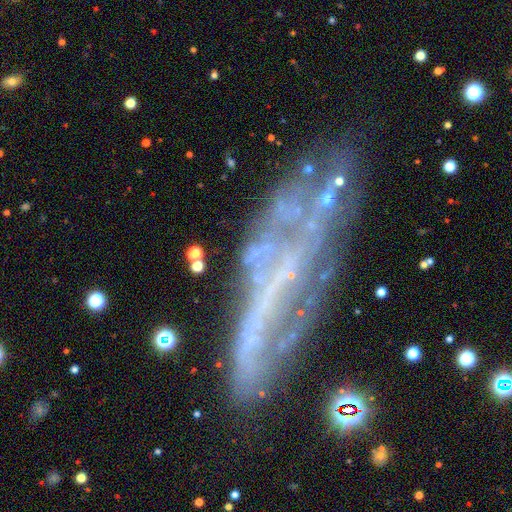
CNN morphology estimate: A featured or disk galaxy (53%).

Vote fractions:
- Smooth or featured? featured or disk: 53% / star or artifact: 30% / smooth: 17%
- Edge-on disk? no: 82% / yes: 18%
- Merging? none: 51% / major disturbance: 24% / minor disturbance: 17% / merger: 8%